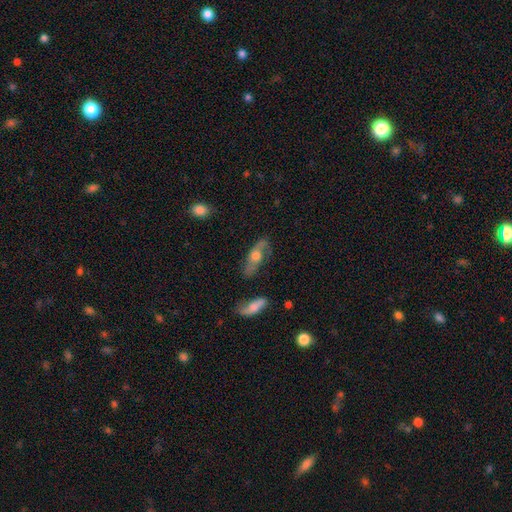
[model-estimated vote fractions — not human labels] The model was most divided on "smooth or featured": featured or disk: 62%, smooth: 30%, star or artifact: 8%. More confident: edge-on disk — no (73%); merging — none (66%).